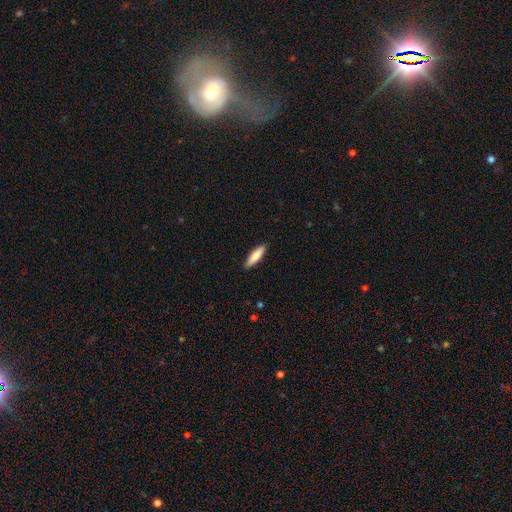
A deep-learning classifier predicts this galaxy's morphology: Smooth or featured?
  - smooth: 82% *
  - featured or disk: 13%
  - star or artifact: 5%
How rounded?
  - cigar-shaped: 71% *
  - in between: 28%
  - round: 1%
Merging?
  - none: 90% *
  - minor disturbance: 7%
  - major disturbance: 2%
  - merger: 1%